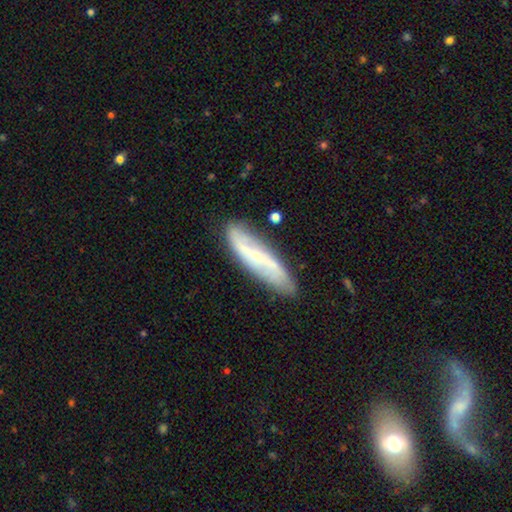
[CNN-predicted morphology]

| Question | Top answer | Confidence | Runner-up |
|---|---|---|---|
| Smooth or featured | featured or disk | 69% | smooth (25%) |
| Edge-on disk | no | 73% | yes (27%) |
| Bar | no | 46% | weak (32%) |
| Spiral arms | yes | 83% | no (17%) |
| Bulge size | small | 77% | moderate (18%) |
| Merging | none | 78% | minor disturbance (16%) |